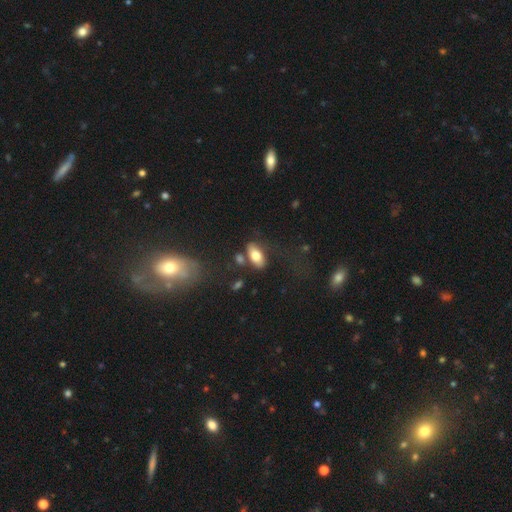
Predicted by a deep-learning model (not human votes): Smooth or featured? smooth (76%)
How rounded? in between (90%)
Merging? none (65%)